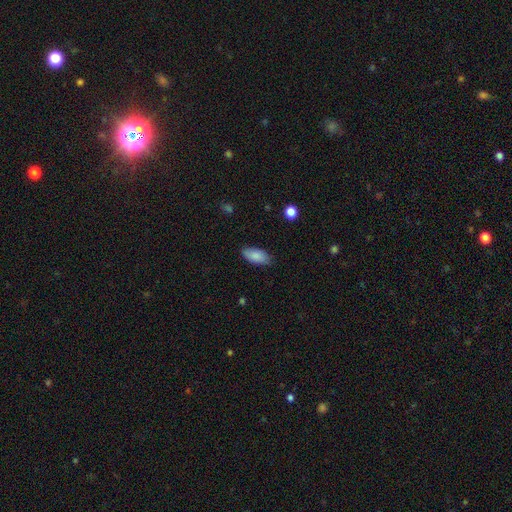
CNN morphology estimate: Q: Smooth or featured?
A: smooth (86%); runner-up: featured or disk (8%)
Q: How rounded?
A: in between (90%); runner-up: cigar-shaped (7%)
Q: Merging?
A: none (81%); runner-up: minor disturbance (15%)